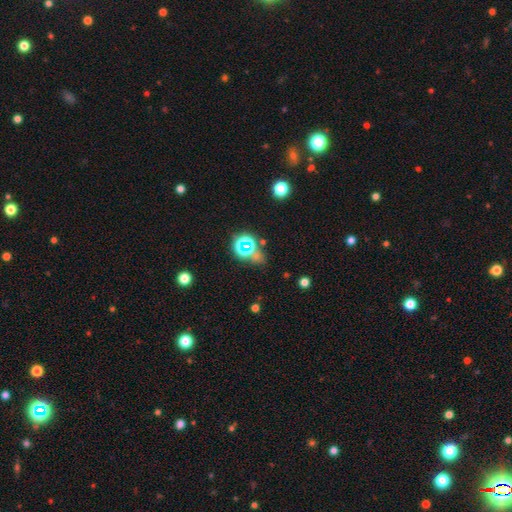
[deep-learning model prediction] This is possibly a star or artifact rather than a galaxy (58%).